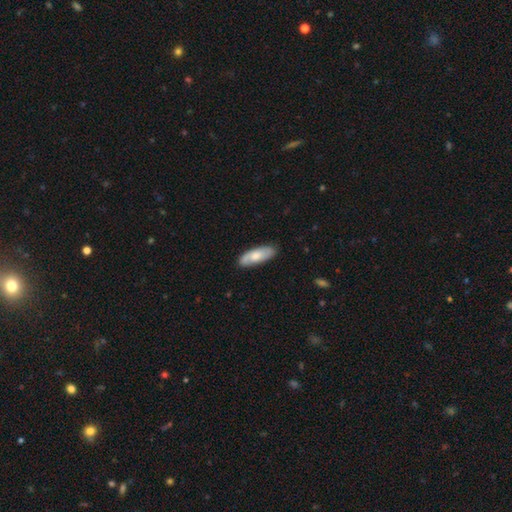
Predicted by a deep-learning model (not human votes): Smooth or featured? smooth (60%)
How rounded? in between (70%)
Merging? none (84%)